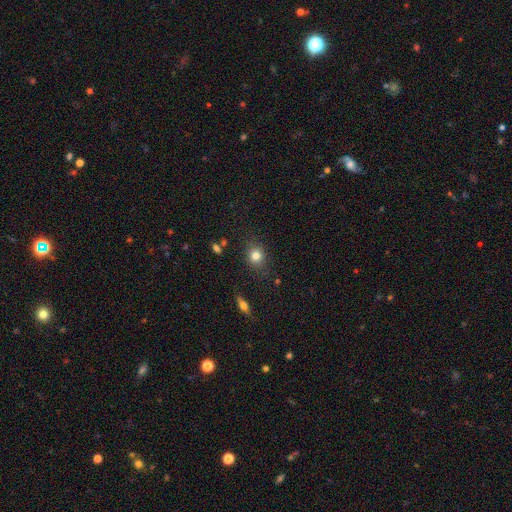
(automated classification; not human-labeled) This is clearly a smooth galaxy (80%). How rounded: likely round (74%). Merging: clearly none (84%).